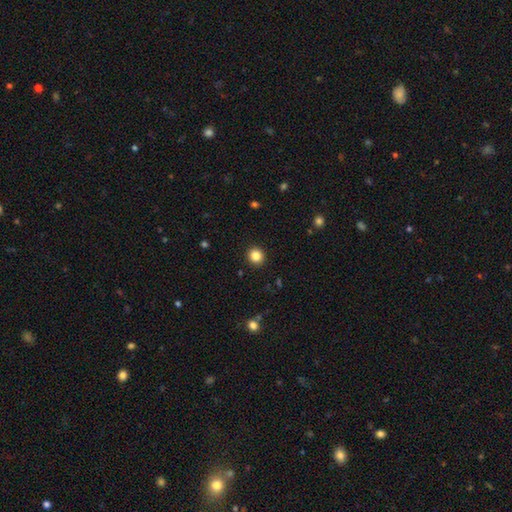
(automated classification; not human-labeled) Smooth or featured? smooth (84%)
How rounded? round (92%)
Merging? none (93%)